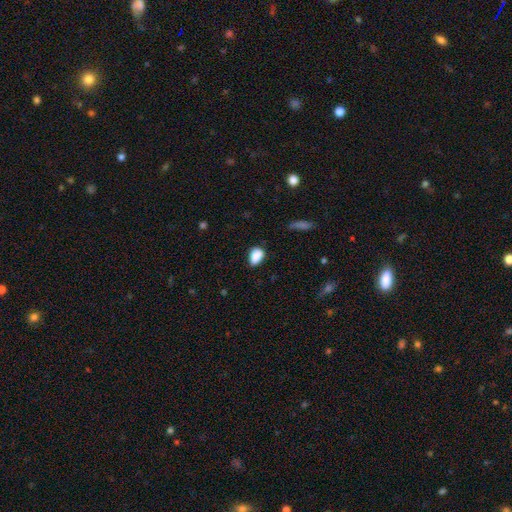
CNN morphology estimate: Smooth or featured?
  - smooth: 85% *
  - star or artifact: 8%
  - featured or disk: 7%
How rounded?
  - in between: 82% *
  - round: 16%
  - cigar-shaped: 2%
Merging?
  - none: 68% *
  - minor disturbance: 24%
  - major disturbance: 5%
  - merger: 2%